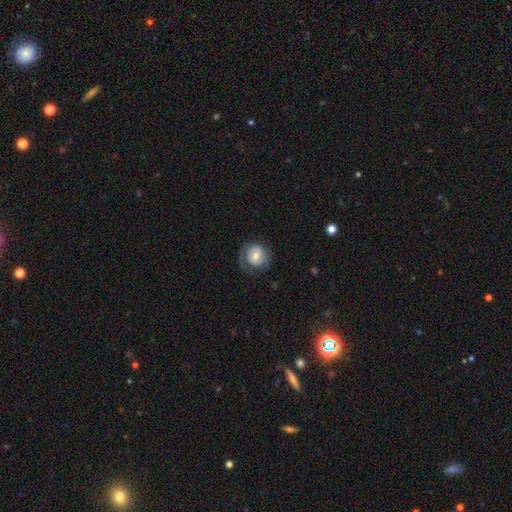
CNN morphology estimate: Smooth or featured?
  - smooth: 55% *
  - featured or disk: 38%
  - star or artifact: 7%
How rounded?
  - round: 80% *
  - in between: 19%
  - cigar-shaped: 1%
Merging?
  - none: 59% *
  - minor disturbance: 22%
  - major disturbance: 18%
  - merger: 1%